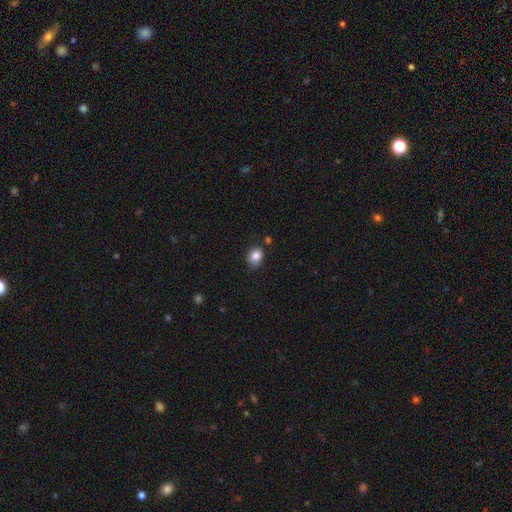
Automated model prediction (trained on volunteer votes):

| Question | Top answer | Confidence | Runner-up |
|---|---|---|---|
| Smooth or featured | smooth | 84% | star or artifact (10%) |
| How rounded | round | 58% | in between (41%) |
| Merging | none | 77% | minor disturbance (16%) |